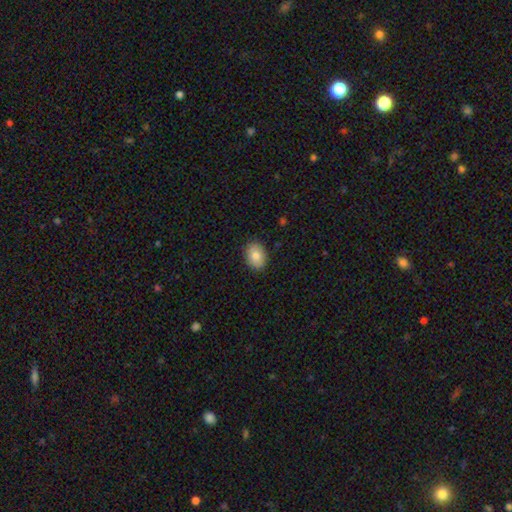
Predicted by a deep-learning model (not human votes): smooth-or-featured: smooth: 82% | featured or disk: 11% | star or artifact: 7%
  how-rounded: in between: 71% | round: 28% | cigar-shaped: 1%
  merging: none: 89% | minor disturbance: 9% | major disturbance: 2% | merger: 1%